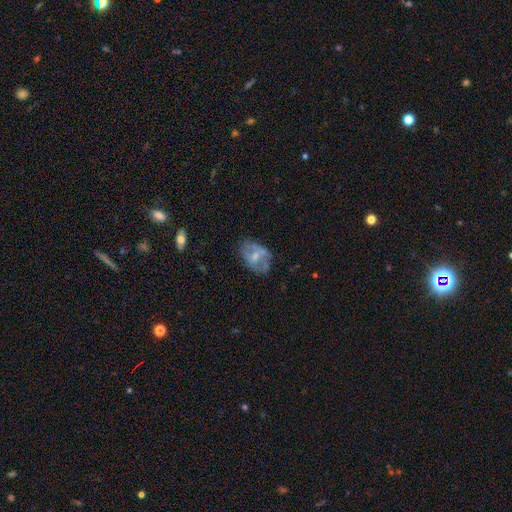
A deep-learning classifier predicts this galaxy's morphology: A featured or disk galaxy (52%) with no bar (64%), no spiral arms (71%) and a moderate central bulge (42%). Merging: none (51%).